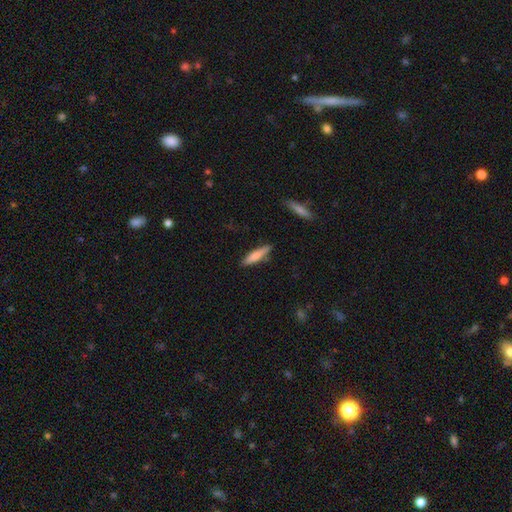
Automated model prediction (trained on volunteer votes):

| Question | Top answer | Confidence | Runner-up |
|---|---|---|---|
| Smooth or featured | smooth | 74% | featured or disk (20%) |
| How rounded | cigar-shaped | 79% | in between (20%) |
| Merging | none | 81% | minor disturbance (14%) |